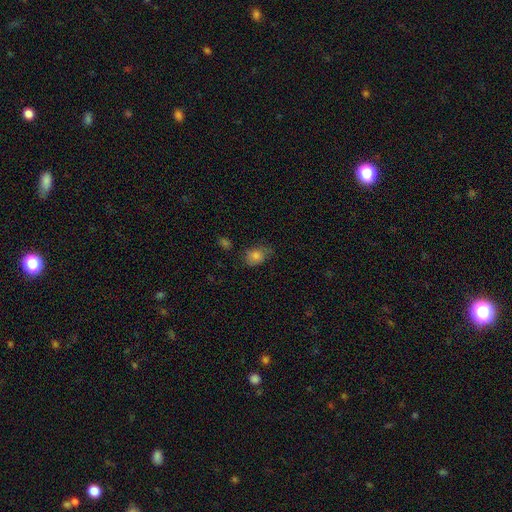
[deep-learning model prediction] smooth-or-featured: smooth: 79% | star or artifact: 11% | featured or disk: 10%
  how-rounded: in between: 60% | round: 39% | cigar-shaped: 1%
  merging: none: 60% | minor disturbance: 28% | major disturbance: 9% | merger: 3%